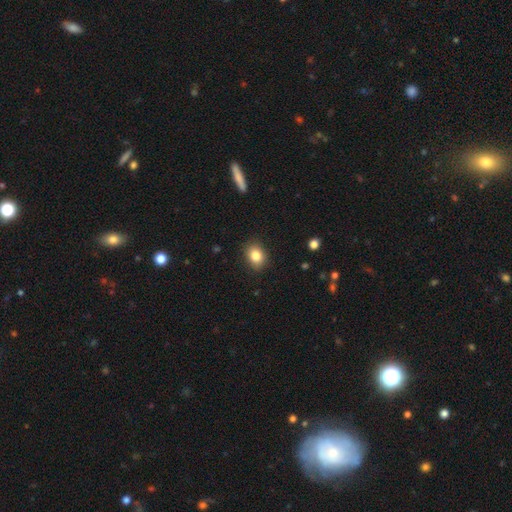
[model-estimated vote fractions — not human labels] Smooth or featured? Predicted: smooth (p=0.84). How rounded? Predicted: in between (p=0.59). Merging? Predicted: none (p=0.87).